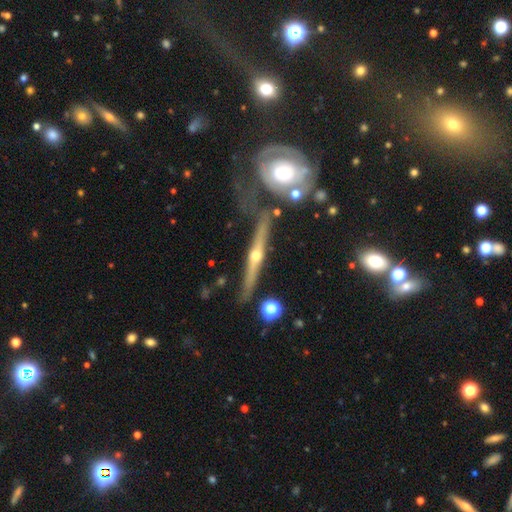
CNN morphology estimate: This is clearly a featured or disk galaxy (82%). It is clearly viewed edge-on (94%). Edge-on bulge: clearly rounded (92%). Merging: likely none (69%).